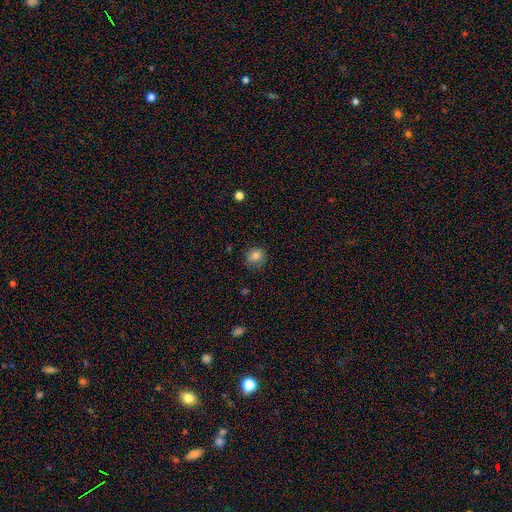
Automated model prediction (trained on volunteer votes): The model was most divided on "merging": none: 81%, minor disturbance: 15%, major disturbance: 3%, merger: 1%. More confident: how rounded — round (87%); smooth or featured — smooth (81%).